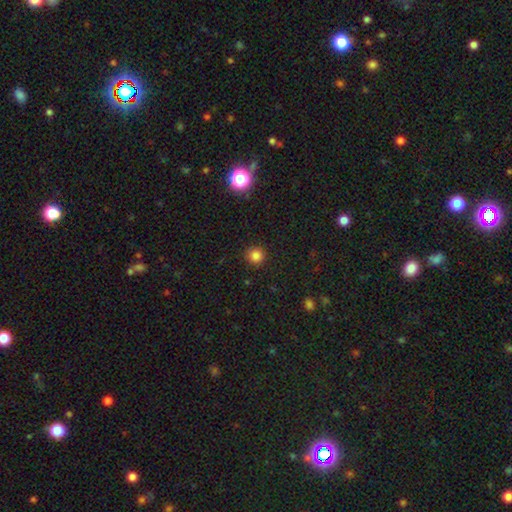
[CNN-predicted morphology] Smooth or featured? smooth (82%)
How rounded? round (94%)
Merging? none (91%)